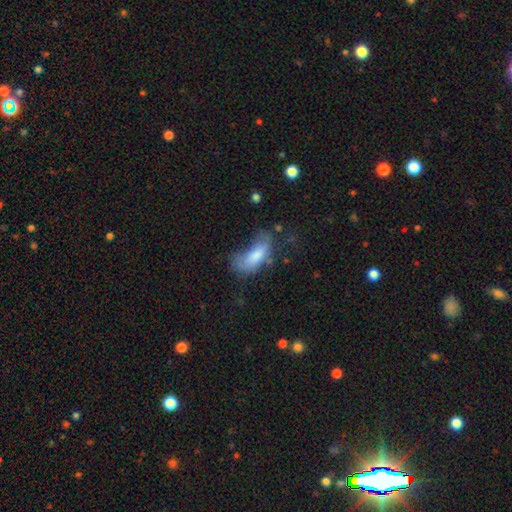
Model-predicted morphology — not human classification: This is likely a smooth galaxy (70%). How rounded: likely in between (78%). Merging: marginally major disturbance (42%).